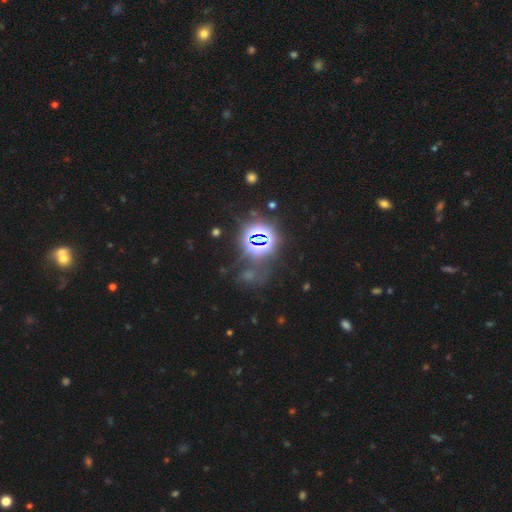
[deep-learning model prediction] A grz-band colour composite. It shows a star or artifact, not a galaxy (72%).